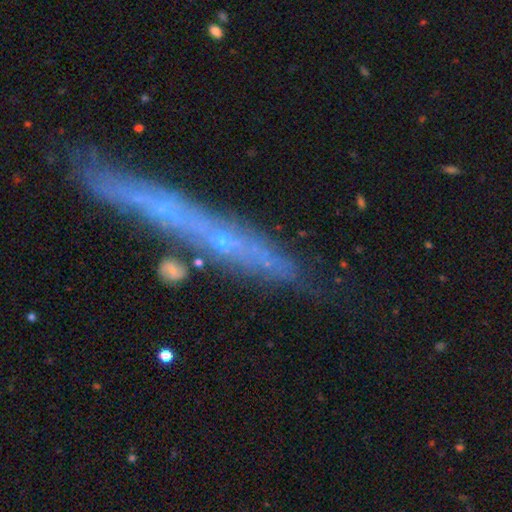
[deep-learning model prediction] A featured or disk galaxy (53%) viewed edge-on (56%). Merging: none (61%).